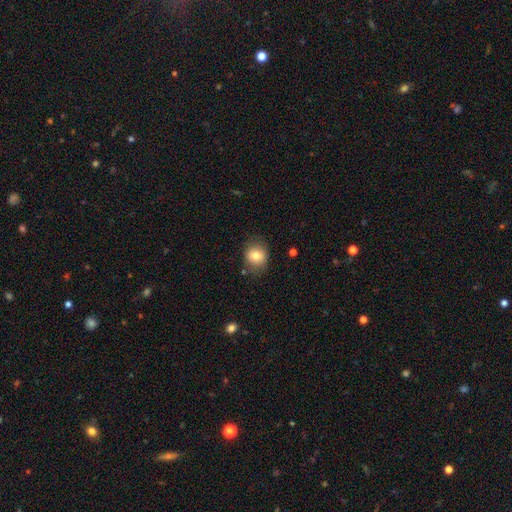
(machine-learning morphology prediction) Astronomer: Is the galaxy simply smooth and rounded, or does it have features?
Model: smooth — 80%.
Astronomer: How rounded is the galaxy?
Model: round — 75%.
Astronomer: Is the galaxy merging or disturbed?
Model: none — 79%.